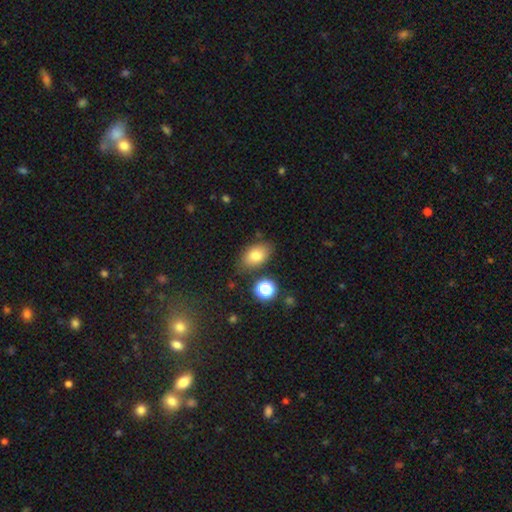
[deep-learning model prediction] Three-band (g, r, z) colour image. It shows a smooth galaxy with no disk features (80%) that is in between round and cigar-shaped (86%). Merging: none (77%).